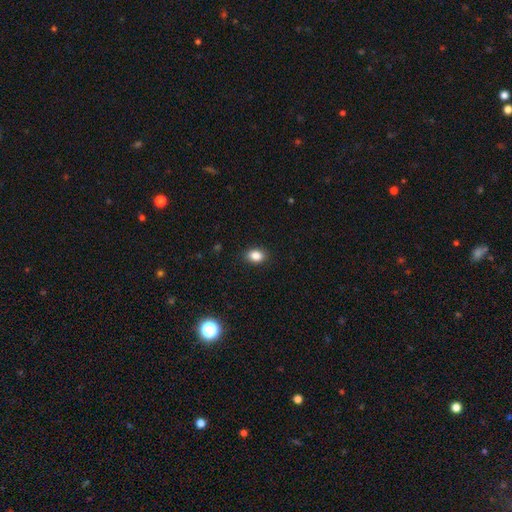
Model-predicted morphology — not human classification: smooth_or_featured: smooth (p=0.86) [alt: star or artifact p=0.10]
how_rounded: in between (p=0.70) [alt: round p=0.29]
merging: none (p=0.89) [alt: minor disturbance p=0.08]